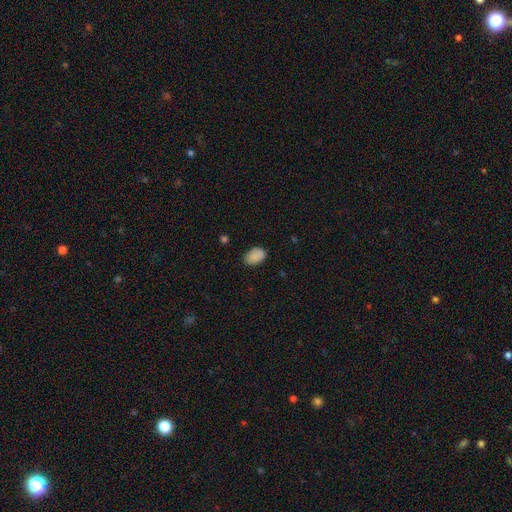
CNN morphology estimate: smooth-or-featured: smooth: 88% | star or artifact: 8% | featured or disk: 4%
  how-rounded: in between: 84% | round: 15% | cigar-shaped: 1%
  merging: none: 78% | minor disturbance: 17% | major disturbance: 3% | merger: 1%